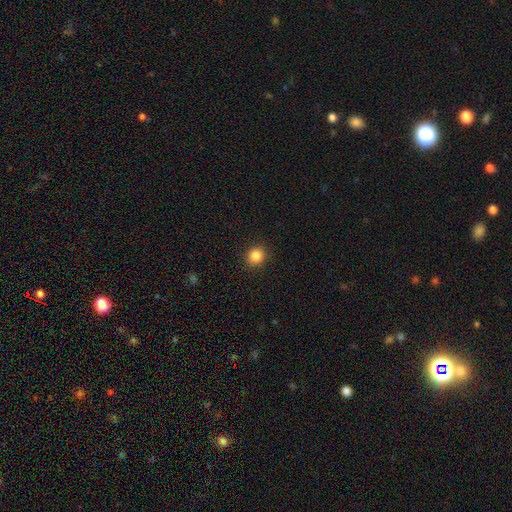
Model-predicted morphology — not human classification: Overall: smooth (86%). How rounded: round (86%). Merging: none (90%).